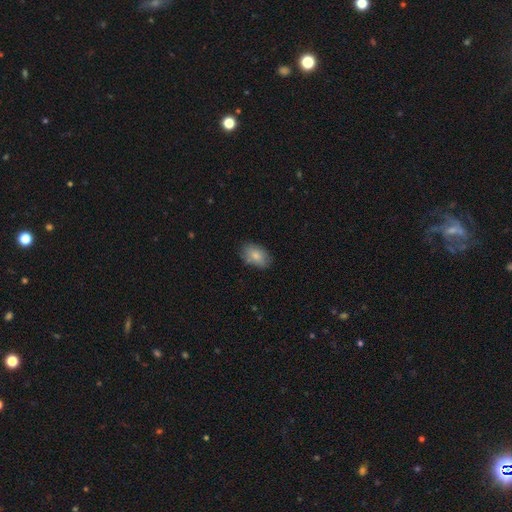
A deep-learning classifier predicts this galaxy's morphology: Overall: smooth (82%). How rounded: in between (90%). Merging: none (78%).